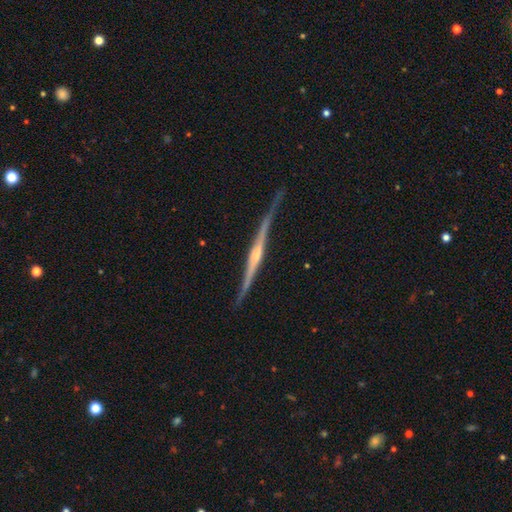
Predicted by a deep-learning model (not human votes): A featured or disk galaxy (86%) viewed edge-on (98%) with a rounded central bulge (68%).

Vote fractions:
- Smooth or featured? featured or disk: 86% / smooth: 9% / star or artifact: 5%
- Edge-on disk? yes: 98% / no: 2%
- Edge-on bulge? rounded: 68% / none: 19% / boxy: 13%
- Merging? none: 79% / minor disturbance: 16% / major disturbance: 3% / merger: 2%